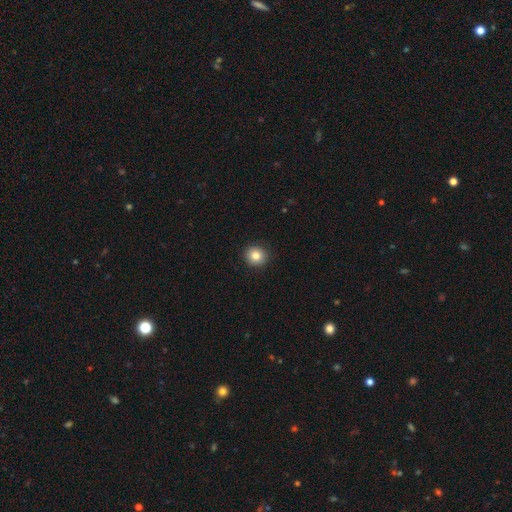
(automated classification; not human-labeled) This is clearly a smooth galaxy (83%). How rounded: clearly round (90%). Merging: clearly none (92%).